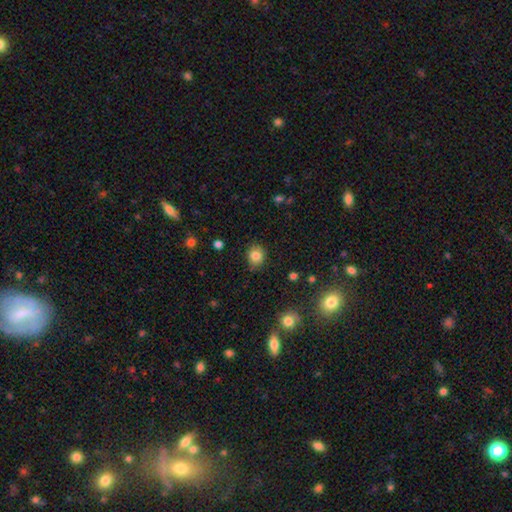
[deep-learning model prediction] Morphology: type=smooth (83%); roundness=round (71%); merging=none (80%).